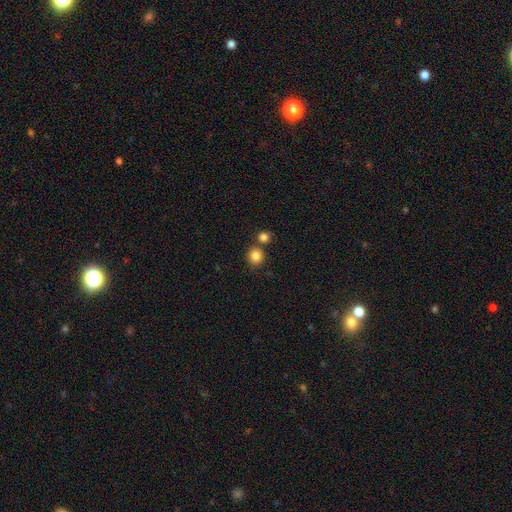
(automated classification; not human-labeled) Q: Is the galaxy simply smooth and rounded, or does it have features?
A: smooth — 84%.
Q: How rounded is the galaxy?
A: round — 88%.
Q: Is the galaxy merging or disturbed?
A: none — 70%.